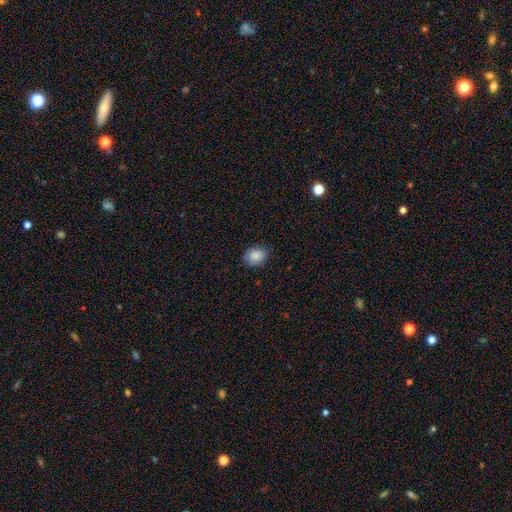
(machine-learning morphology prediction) A smooth galaxy with no disk features (86%) that is in between round and cigar-shaped (56%). Merging: none (83%).